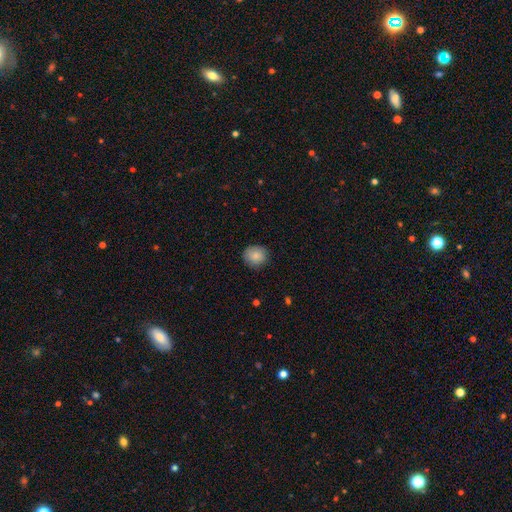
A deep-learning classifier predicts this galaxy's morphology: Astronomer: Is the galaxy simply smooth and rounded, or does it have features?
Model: smooth — 85%.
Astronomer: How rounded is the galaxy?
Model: round — 82%.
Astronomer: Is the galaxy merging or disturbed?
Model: none — 85%.